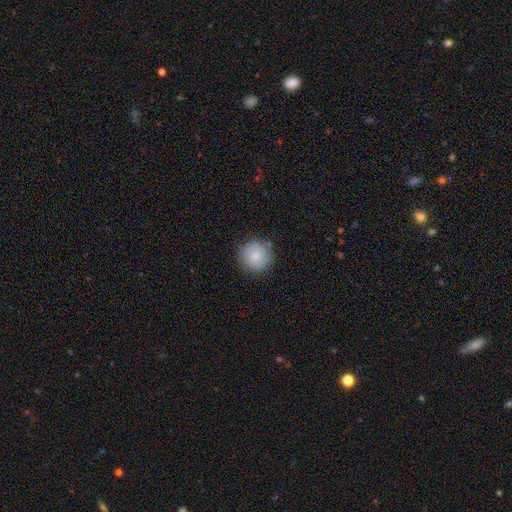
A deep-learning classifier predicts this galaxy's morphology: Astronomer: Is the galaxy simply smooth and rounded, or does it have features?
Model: smooth — 78%.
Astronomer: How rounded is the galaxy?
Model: round — 94%.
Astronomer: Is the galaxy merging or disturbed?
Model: none — 83%.